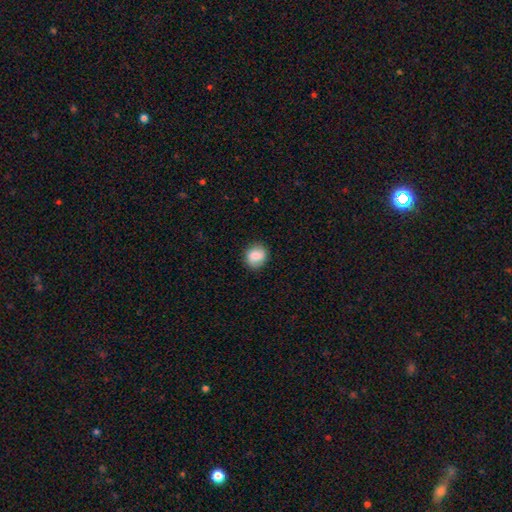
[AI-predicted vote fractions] The model was most divided on "how rounded": round: 72%, in between: 27%, cigar-shaped: 1%. More confident: merging — none (85%); smooth or featured — smooth (81%).